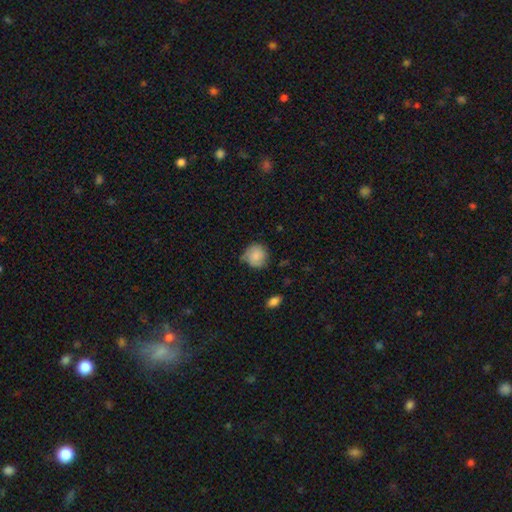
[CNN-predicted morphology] Overall: smooth (80%). How rounded: round (87%). Merging: none (62%; minor disturbance 30%).